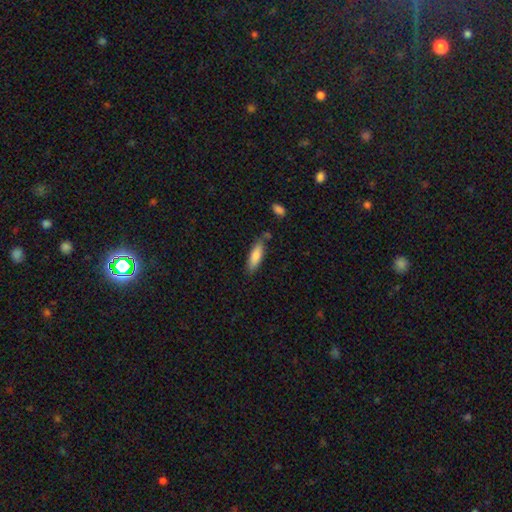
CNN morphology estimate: type=smooth (83%); roundness=cigar-shaped (52%); merging=none (74%).